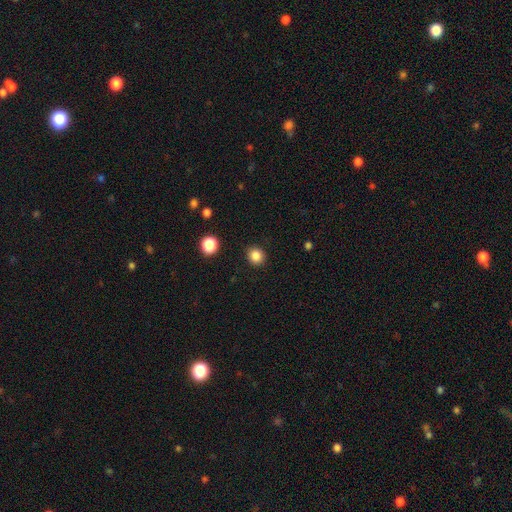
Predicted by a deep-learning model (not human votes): smooth 85%, star or artifact 11%, featured or disk 4%. Down the decision tree: how rounded — round (81%); merging — none (90%).